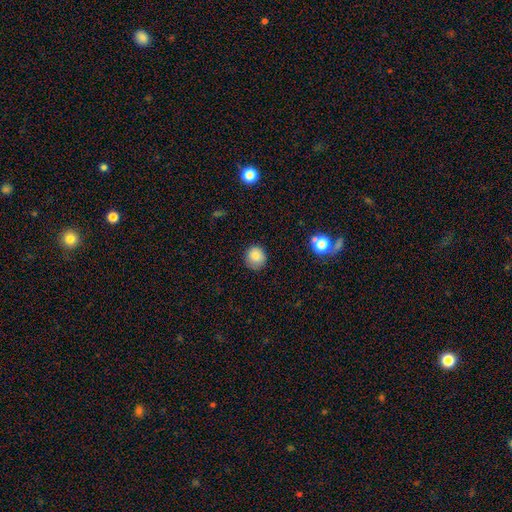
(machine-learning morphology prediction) The model was most divided on "merging": none: 83%, minor disturbance: 13%, major disturbance: 3%, merger: 1%. More confident: how rounded — round (88%); smooth or featured — smooth (83%).